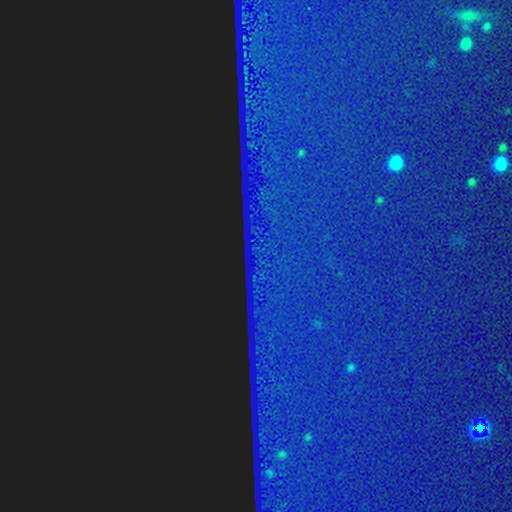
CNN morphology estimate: Q: Smooth or featured?
A: star or artifact (87%); runner-up: featured or disk (7%)